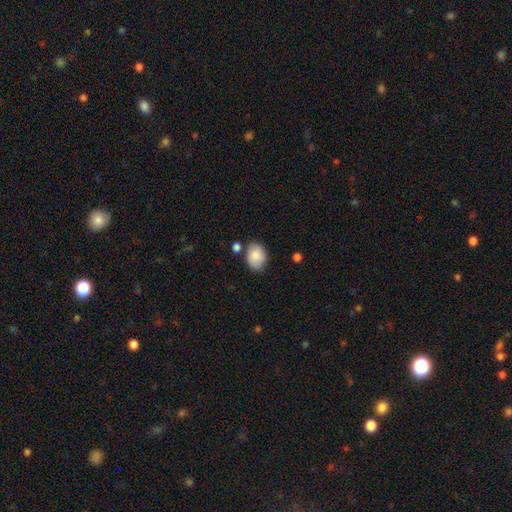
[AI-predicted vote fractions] smooth-or-featured: smooth: 84% | featured or disk: 9% | star or artifact: 7%
  how-rounded: in between: 76% | round: 23% | cigar-shaped: 1%
  merging: none: 75% | minor disturbance: 16% | merger: 6% | major disturbance: 3%